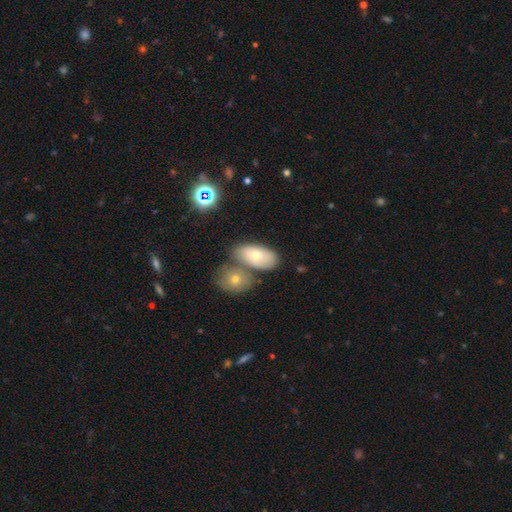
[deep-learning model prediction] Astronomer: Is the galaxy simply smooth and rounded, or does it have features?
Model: smooth — 65%.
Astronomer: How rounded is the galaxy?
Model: in between — 92%.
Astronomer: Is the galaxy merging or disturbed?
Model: none — 49% (runner-up: merger, 35%).